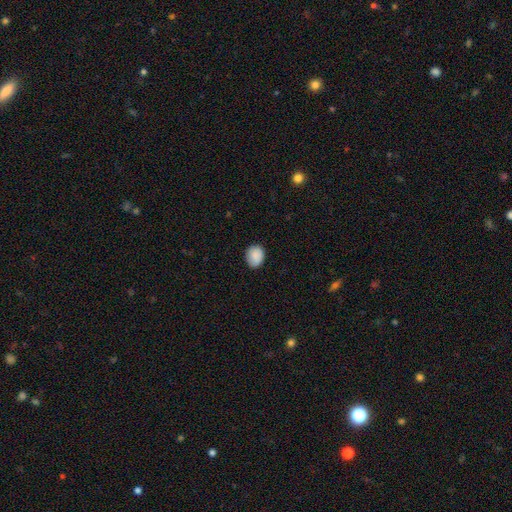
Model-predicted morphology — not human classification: Smooth or featured? Predicted: smooth (p=0.88). How rounded? Predicted: round (p=0.56). Merging? Predicted: none (p=0.83).